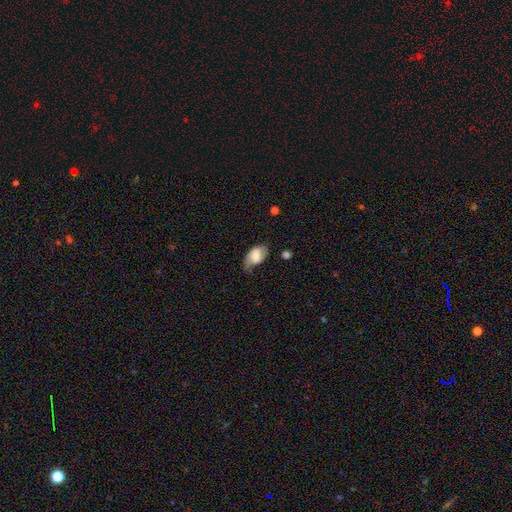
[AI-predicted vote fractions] smooth 56%, featured or disk 36%, star or artifact 8%. Down the decision tree: how rounded — in between (89%); merging — none (47%).